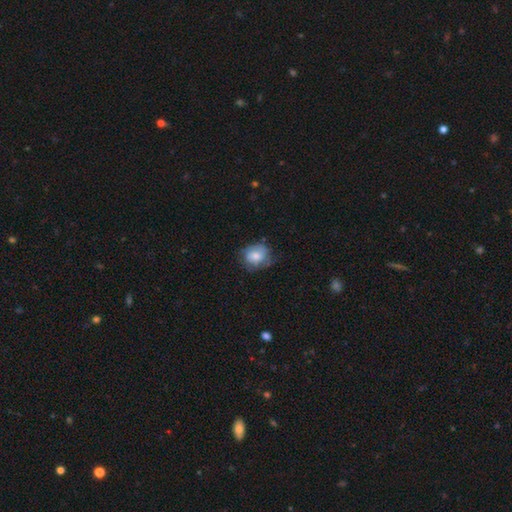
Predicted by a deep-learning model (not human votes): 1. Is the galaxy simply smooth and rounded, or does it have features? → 63% smooth, 29% featured or disk, 8% star or artifact.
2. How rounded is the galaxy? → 61% round, 38% in between, 1% cigar-shaped.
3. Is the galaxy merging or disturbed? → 57% none, 30% minor disturbance, 12% major disturbance, 1% merger.